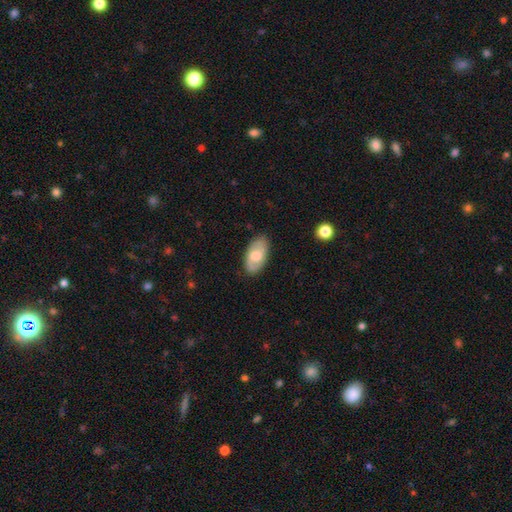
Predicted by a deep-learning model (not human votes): Overall: smooth (57%; featured or disk 37%). How rounded: in between (94%). Merging: none (82%).